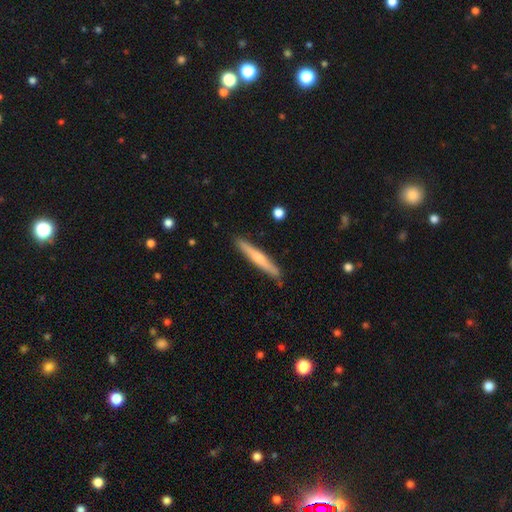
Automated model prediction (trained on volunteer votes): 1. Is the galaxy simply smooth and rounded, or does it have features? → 49% featured or disk, 45% smooth, 6% star or artifact.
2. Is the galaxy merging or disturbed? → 90% none, 8% minor disturbance, 1% major disturbance, 1% merger.